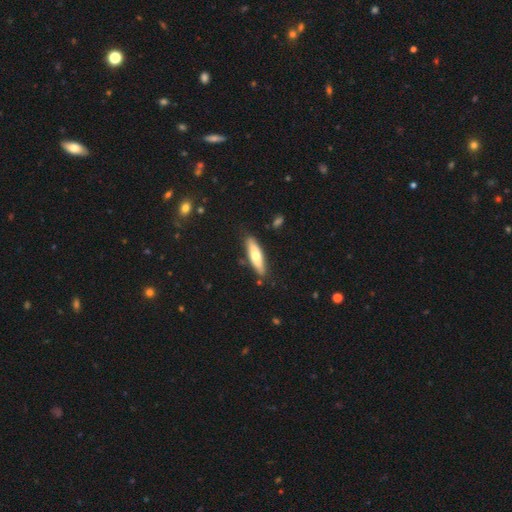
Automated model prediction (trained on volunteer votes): This is possibly a smooth galaxy (58%). How rounded: possibly cigar-shaped (59%). Merging: clearly none (83%).